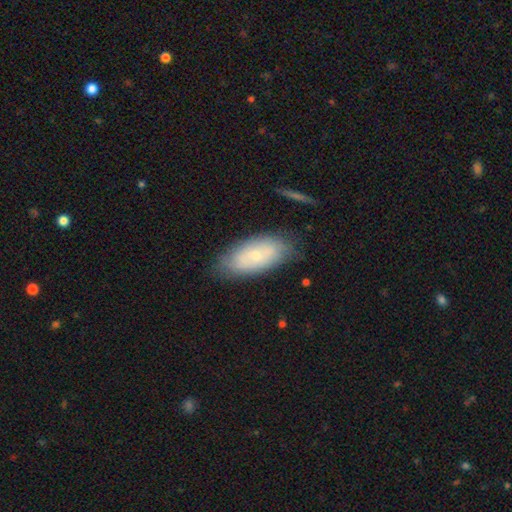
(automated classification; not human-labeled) Overall: smooth (55%; featured or disk 38%). How rounded: in between (90%). Merging: none (77%).